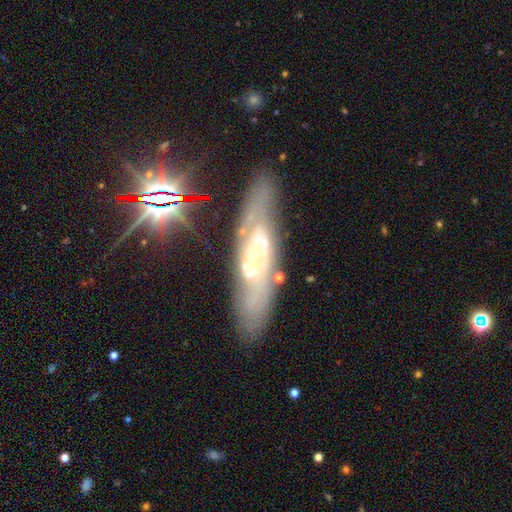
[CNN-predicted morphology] smooth-or-featured: featured or disk: 78% | smooth: 12% | star or artifact: 11%
  disk-edge-on: no: 78% | yes: 22%
    bar: no: 62% | weak: 27% | strong: 11%
    has-spiral-arms: yes: 79% | no: 21%
    bulge-size: small: 64% | moderate: 31% | large: 2% | none: 2% | dominant: 1%
  merging: none: 76% | minor disturbance: 15% | major disturbance: 6% | merger: 3%